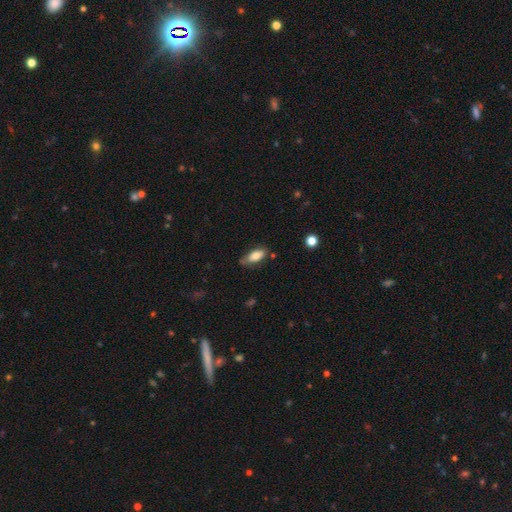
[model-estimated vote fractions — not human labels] Overall: smooth (76%). How rounded: in between (86%). Merging: none (66%).